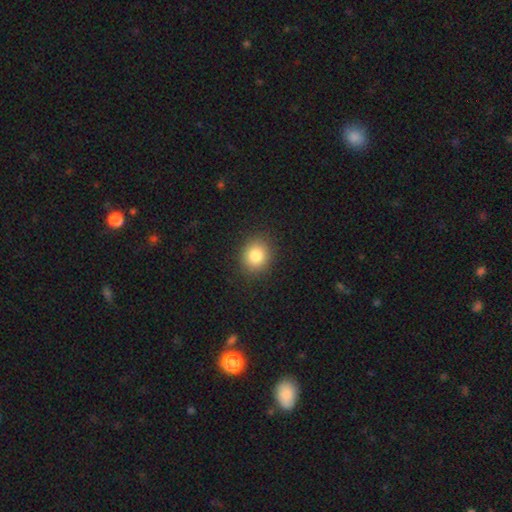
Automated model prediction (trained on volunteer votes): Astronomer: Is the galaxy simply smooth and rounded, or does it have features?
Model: smooth — 83%.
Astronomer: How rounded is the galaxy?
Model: round — 72%.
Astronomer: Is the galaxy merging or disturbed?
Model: none — 89%.